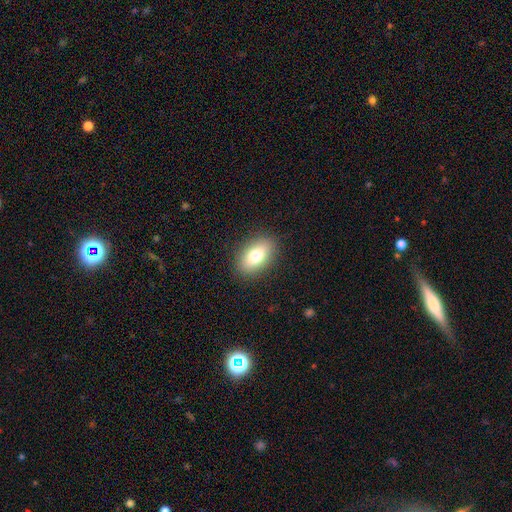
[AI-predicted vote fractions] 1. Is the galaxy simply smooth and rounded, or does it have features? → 77% smooth, 15% featured or disk, 8% star or artifact.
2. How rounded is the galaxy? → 89% in between, 8% round, 3% cigar-shaped.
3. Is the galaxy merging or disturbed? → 88% none, 8% minor disturbance, 3% major disturbance, 1% merger.